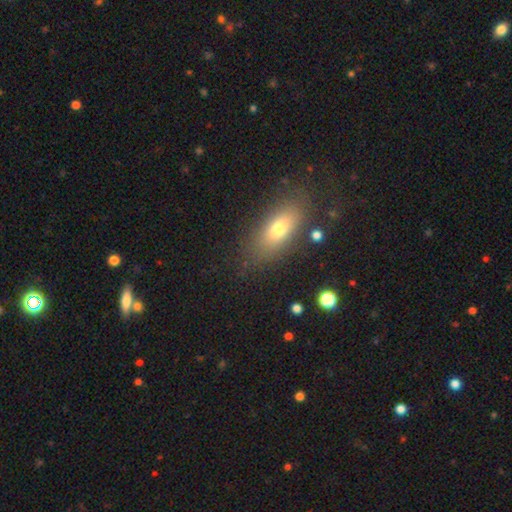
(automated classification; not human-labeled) This is likely a smooth galaxy (66%). How rounded: likely in between (76%). Merging: clearly none (81%).